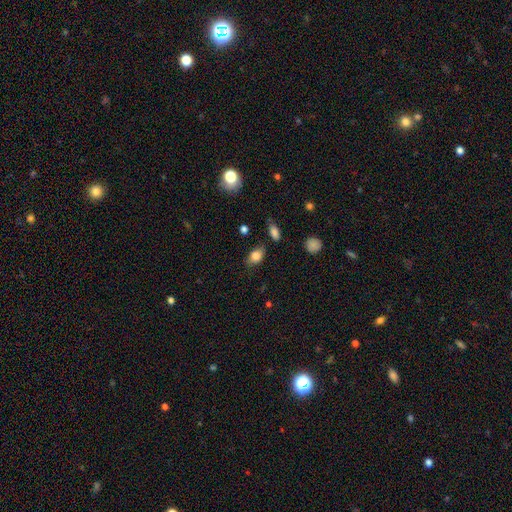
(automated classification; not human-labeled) This appears to be a smooth galaxy with no disk features (82%) that is in between round and cigar-shaped (82%). Merging: none (73%).